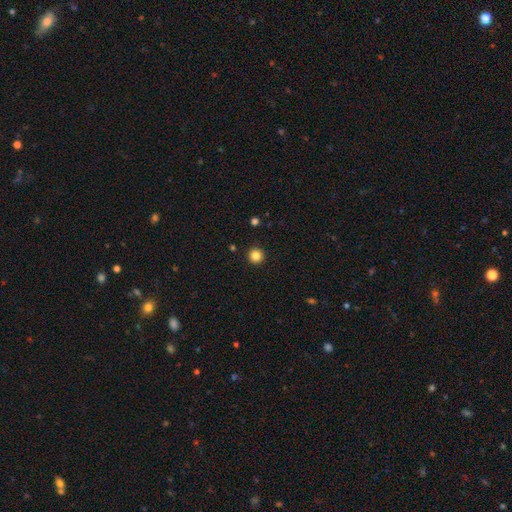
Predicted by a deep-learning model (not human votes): A smooth galaxy with no disk features (84%) that is round (96%).

Vote fractions:
- Smooth or featured? smooth: 84% / star or artifact: 12% / featured or disk: 4%
- How rounded? round: 96% / in between: 3% / cigar-shaped: 1%
- Merging? none: 94% / minor disturbance: 4% / major disturbance: 1% / merger: 1%